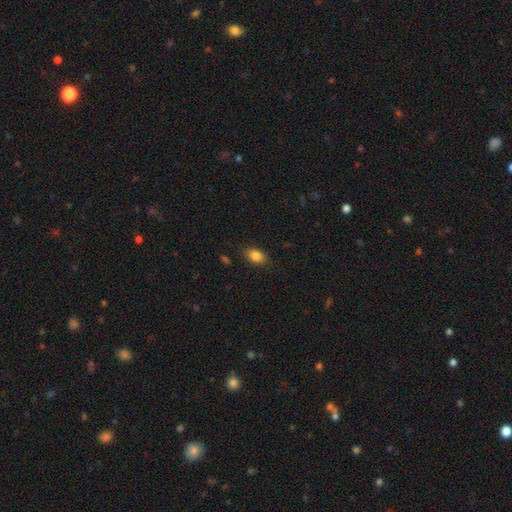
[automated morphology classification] A smooth galaxy with no disk features (84%) that is in between round and cigar-shaped (83%). Merging: none (85%).